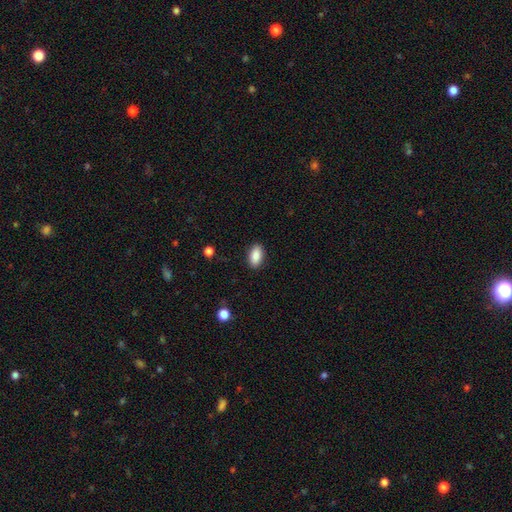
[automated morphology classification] smooth-or-featured: smooth: 88% | star or artifact: 7% | featured or disk: 5%
  how-rounded: in between: 92% | cigar-shaped: 4% | round: 4%
  merging: none: 89% | minor disturbance: 8% | major disturbance: 2% | merger: 1%